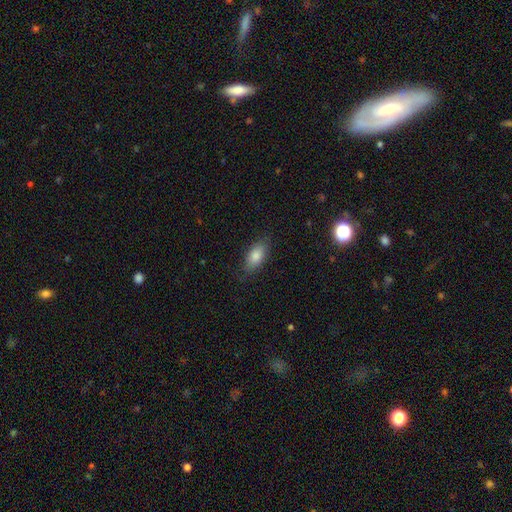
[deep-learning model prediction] Q: Smooth or featured?
A: smooth (81%); runner-up: featured or disk (11%)
Q: How rounded?
A: in between (86%); runner-up: cigar-shaped (10%)
Q: Merging?
A: none (82%); runner-up: minor disturbance (13%)